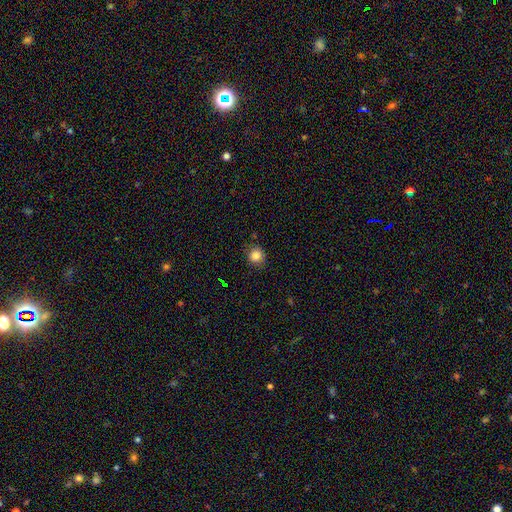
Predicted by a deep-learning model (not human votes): Smooth or featured? Predicted: smooth (p=0.83). How rounded? Predicted: round (p=0.87). Merging? Predicted: none (p=0.84).